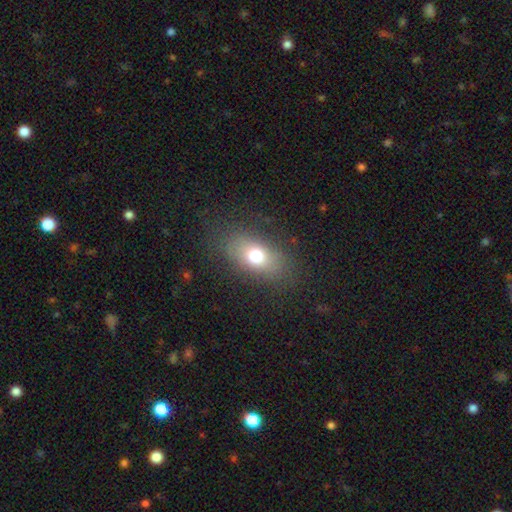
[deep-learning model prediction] Q: Smooth or featured?
A: smooth (70%); runner-up: featured or disk (18%)
Q: How rounded?
A: in between (82%); runner-up: round (12%)
Q: Merging?
A: none (85%); runner-up: minor disturbance (11%)